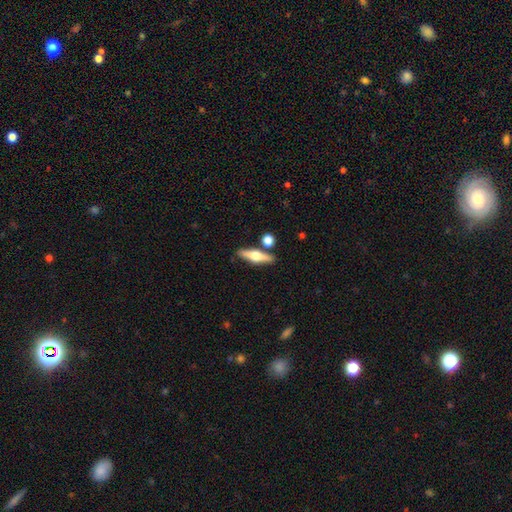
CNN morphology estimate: type=featured or disk (55%); edge-on=yes (94%); edge-on bulge=rounded (95%); merging=none (80%).